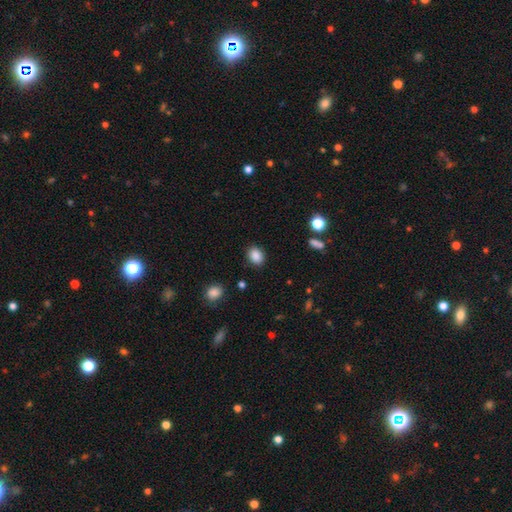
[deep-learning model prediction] Morphology: type=smooth (87%); roundness=in between (59%); merging=none (87%).